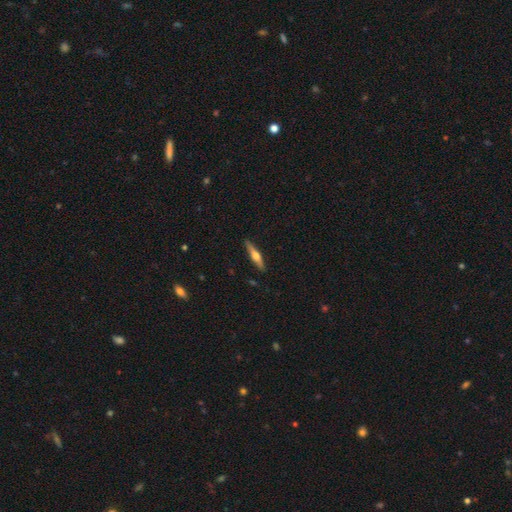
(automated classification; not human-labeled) This is likely a featured or disk galaxy (63%). It is clearly viewed edge-on (97%). Edge-on bulge: clearly rounded (92%). Merging: clearly none (90%).